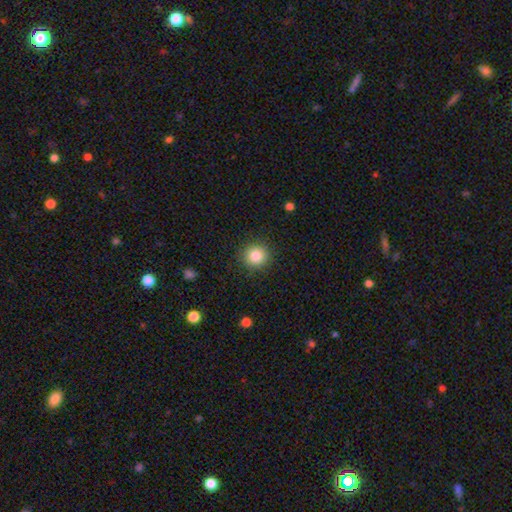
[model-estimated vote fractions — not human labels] smooth 84%, star or artifact 10%, featured or disk 6%. Down the decision tree: how rounded — round (92%); merging — none (90%).